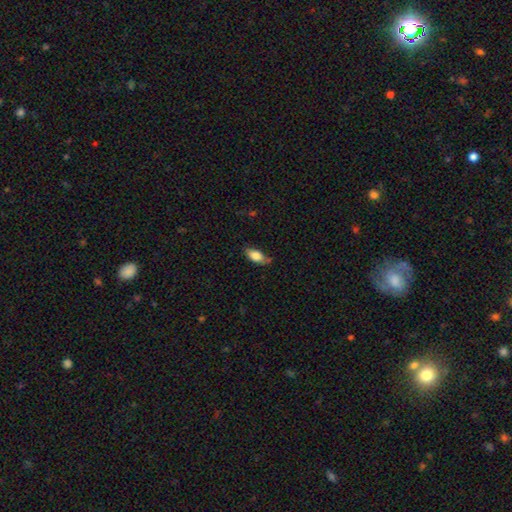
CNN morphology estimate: smooth_or_featured: smooth (p=0.80) [alt: featured or disk p=0.13]
how_rounded: in between (p=0.87) [alt: cigar-shaped p=0.09]
merging: none (p=0.64) [alt: minor disturbance p=0.28]